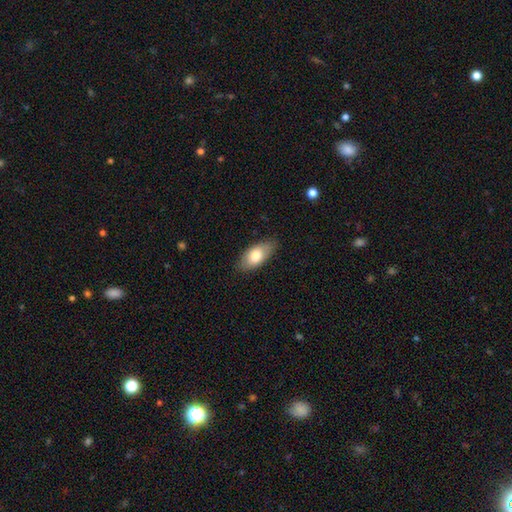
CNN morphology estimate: A smooth galaxy with no disk features (78%) that is in between round and cigar-shaped (91%). Merging: none (83%).